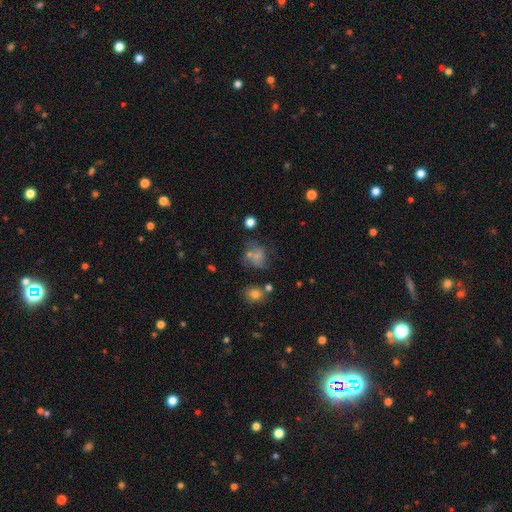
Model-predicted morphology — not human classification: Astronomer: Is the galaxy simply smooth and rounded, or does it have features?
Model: smooth — 59%.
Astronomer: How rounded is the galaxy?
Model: round — 61% (runner-up: in between, 37%).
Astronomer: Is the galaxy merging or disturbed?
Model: none — 41% (runner-up: minor disturbance, 22%).